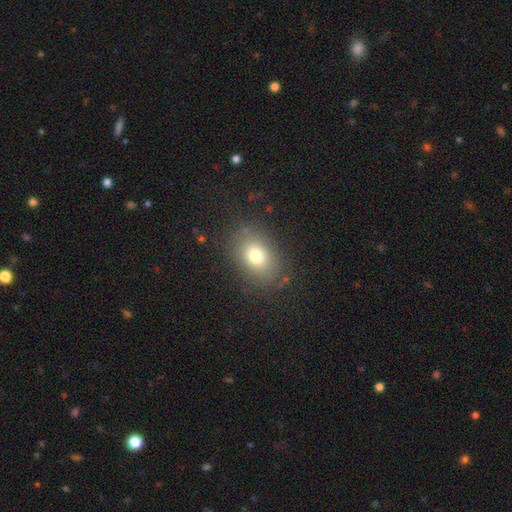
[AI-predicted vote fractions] The model was most divided on "how rounded": in between: 74%, round: 25%, cigar-shaped: 1%. More confident: merging — none (82%); smooth or featured — smooth (76%).